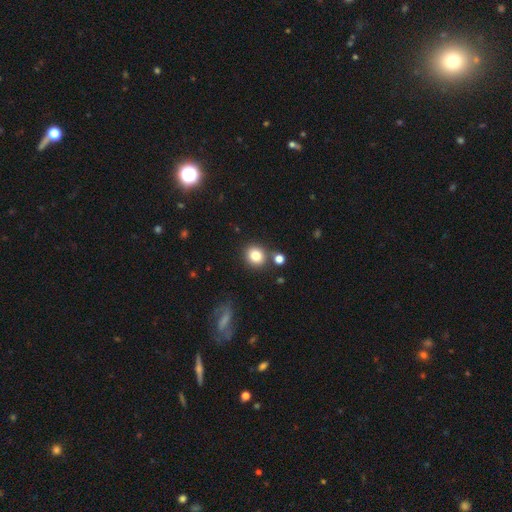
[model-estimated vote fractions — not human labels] Q: Smooth or featured?
A: smooth (81%); runner-up: star or artifact (11%)
Q: How rounded?
A: round (79%); runner-up: in between (20%)
Q: Merging?
A: none (79%); runner-up: minor disturbance (9%)